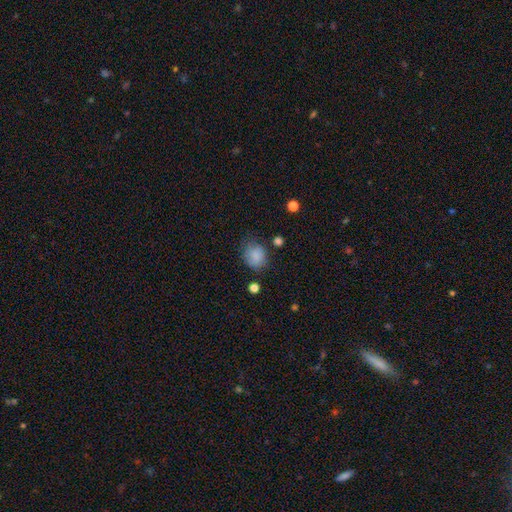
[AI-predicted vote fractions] Morphology: type=smooth (85%); roundness=round (62%); merging=none (63%).